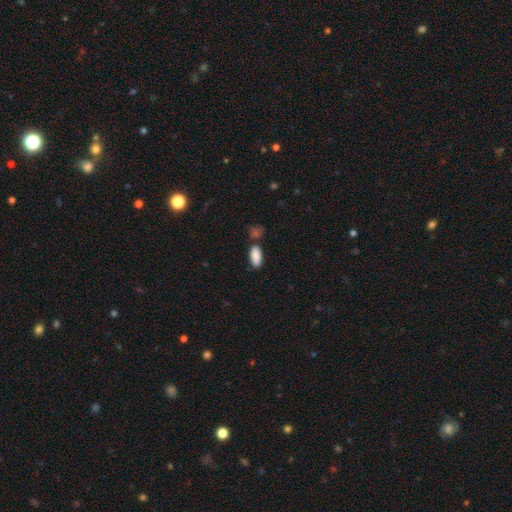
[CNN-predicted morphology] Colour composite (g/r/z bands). It shows a smooth galaxy with no disk features (88%) that is in between round and cigar-shaped (84%). Merging: none (72%).